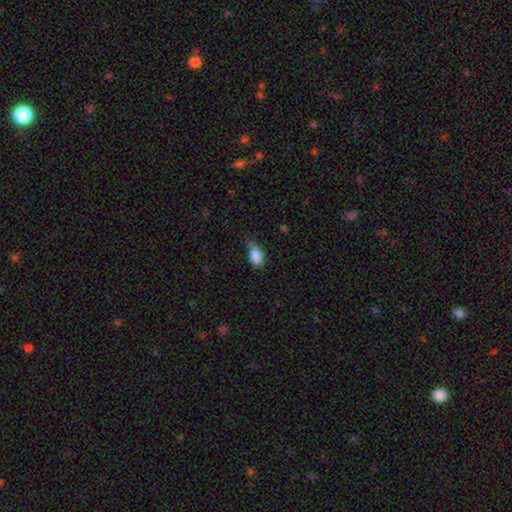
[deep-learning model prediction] Morphology: type=smooth (85%); roundness=in between (88%); merging=minor disturbance (46%).